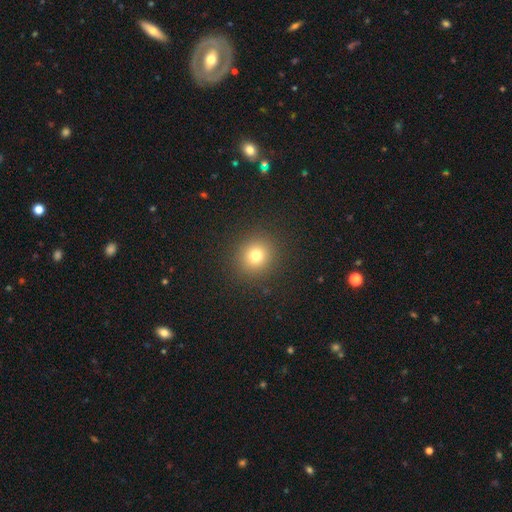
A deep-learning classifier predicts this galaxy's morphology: A smooth galaxy with no disk features (77%) that is round (88%).

Vote fractions:
- Smooth or featured? smooth: 77% / star or artifact: 15% / featured or disk: 8%
- How rounded? round: 88% / in between: 11% / cigar-shaped: 1%
- Merging? none: 91% / minor disturbance: 6% / major disturbance: 3% / merger: 1%